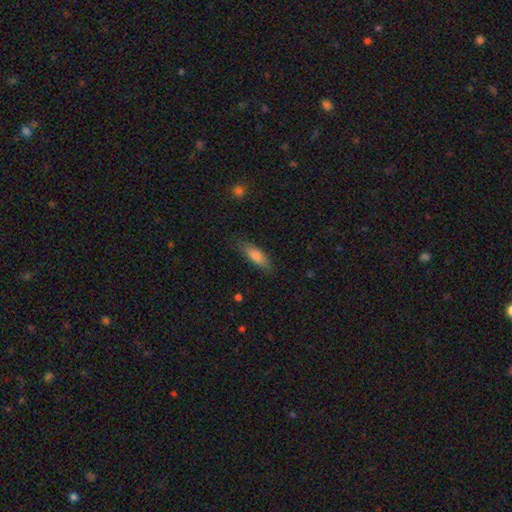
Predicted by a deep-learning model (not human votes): Morphology: type=smooth (78%); roundness=in between (51%); merging=none (80%).